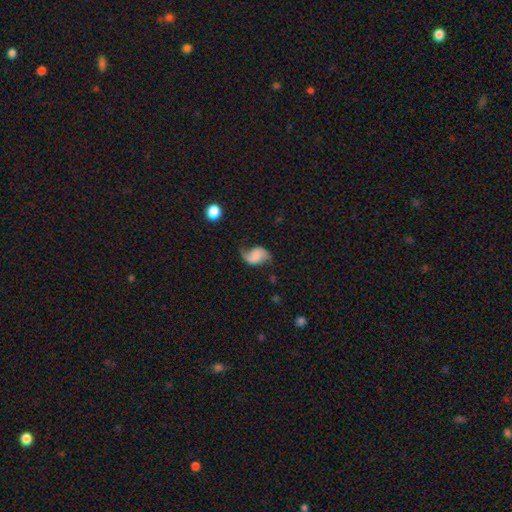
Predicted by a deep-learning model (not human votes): This is possibly a featured or disk galaxy (59%). It is clearly not viewed edge-on (98%). Bar: possibly no (57%). Spiral arm pattern: clearly yes (92%). Spiral arm count: clearly 2 (86%). Spiral winding: likely loose (72%). Central bulge: likely none (61%). Merging: possibly none (58%).